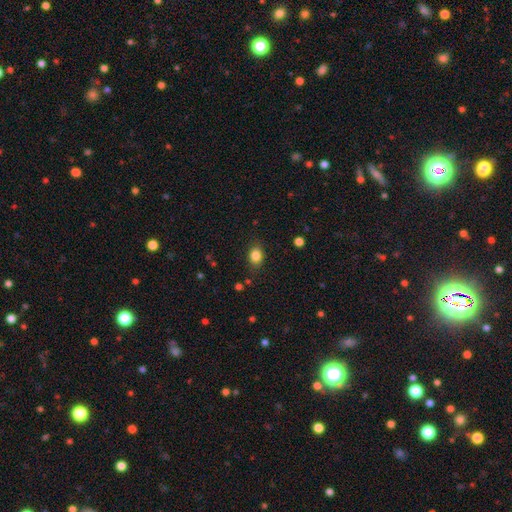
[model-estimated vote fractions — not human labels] This is clearly a smooth galaxy (84%). How rounded: likely in between (63%). Merging: clearly none (83%).